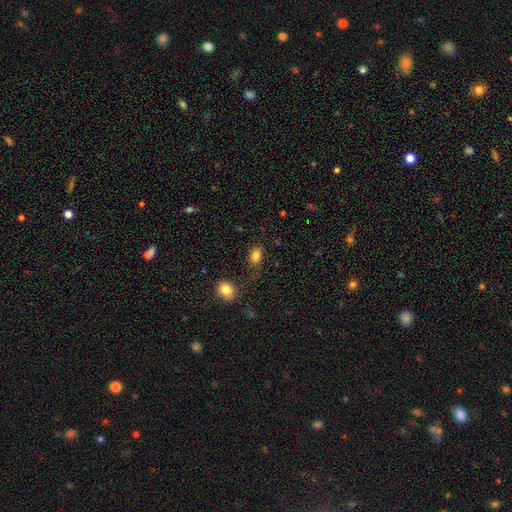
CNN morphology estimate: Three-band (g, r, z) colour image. It shows a smooth galaxy with no disk features (83%) that is in between round and cigar-shaped (73%). Merging: none (71%).